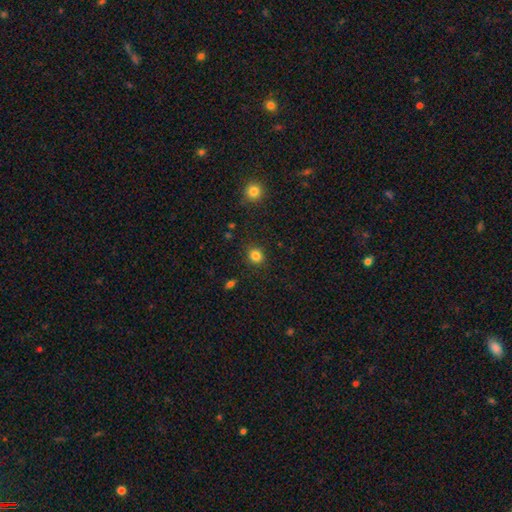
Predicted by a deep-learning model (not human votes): smooth 84%, star or artifact 12%, featured or disk 4%. Down the decision tree: how rounded — round (85%); merging — none (89%).